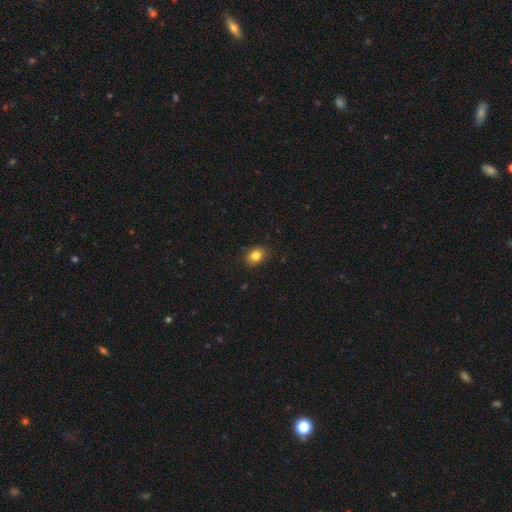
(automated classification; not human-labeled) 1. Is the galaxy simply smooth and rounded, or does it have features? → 83% smooth, 10% star or artifact, 7% featured or disk.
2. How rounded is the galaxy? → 67% in between, 32% round, 1% cigar-shaped.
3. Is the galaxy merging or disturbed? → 85% none, 12% minor disturbance, 2% major disturbance, 1% merger.